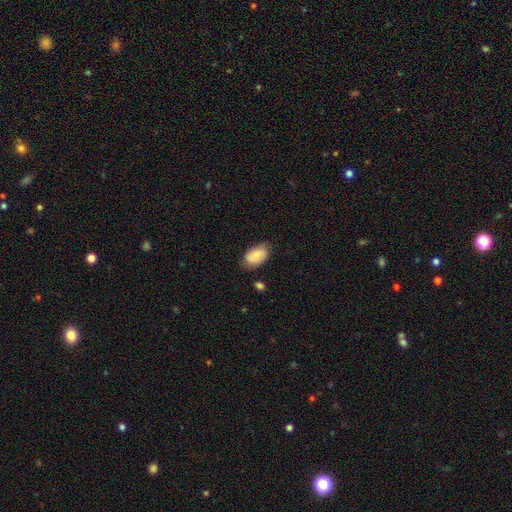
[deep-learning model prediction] Smooth or featured: smooth — 79% (featured or disk — 14%)
How rounded: in between — 91% (round — 7%)
Merging: none — 72% (minor disturbance — 21%)